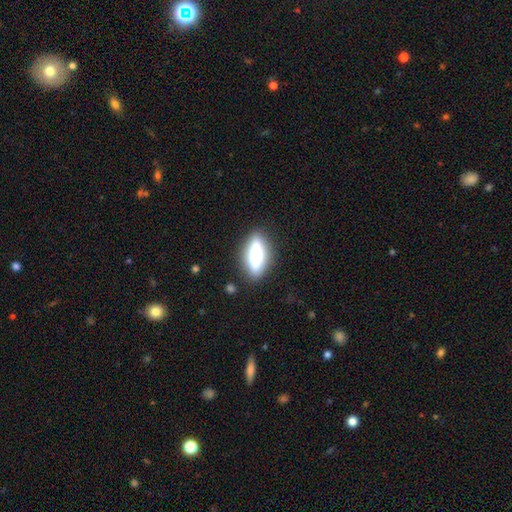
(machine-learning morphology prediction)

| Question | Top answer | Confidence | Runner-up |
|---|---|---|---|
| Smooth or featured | smooth | 61% | featured or disk (31%) |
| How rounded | in between | 61% | cigar-shaped (35%) |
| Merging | none | 86% | minor disturbance (10%) |